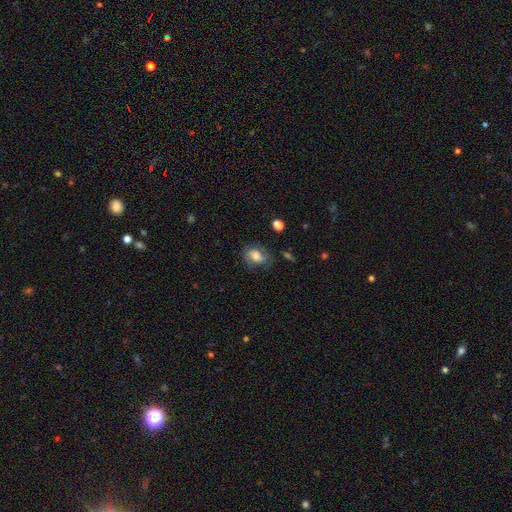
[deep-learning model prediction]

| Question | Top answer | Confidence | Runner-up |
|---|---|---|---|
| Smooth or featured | smooth | 54% | featured or disk (36%) |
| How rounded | in between | 71% | round (27%) |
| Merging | none | 62% | minor disturbance (24%) |